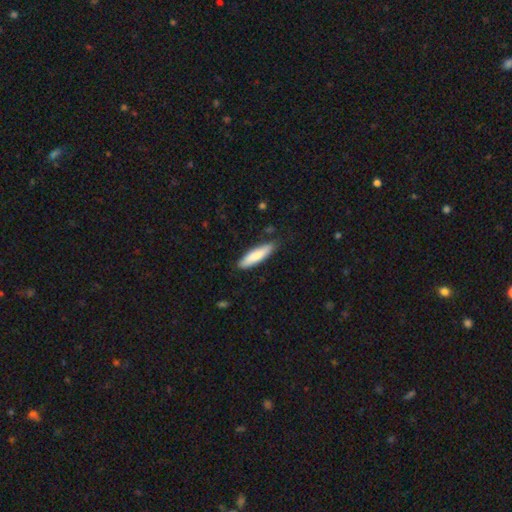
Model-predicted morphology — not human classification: The model was most divided on "how rounded": cigar-shaped: 69%, in between: 30%, round: 1%. More confident: merging — none (83%); smooth or featured — smooth (81%).